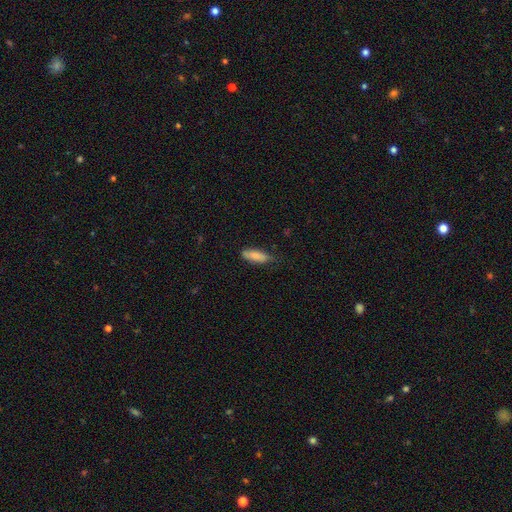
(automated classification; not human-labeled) A smooth galaxy with no disk features (84%) that is in between round and cigar-shaped (65%).

Vote fractions:
- Smooth or featured? smooth: 84% / featured or disk: 10% / star or artifact: 6%
- How rounded? in between: 65% / cigar-shaped: 33% / round: 2%
- Merging? none: 60% / minor disturbance: 32% / major disturbance: 6% / merger: 2%